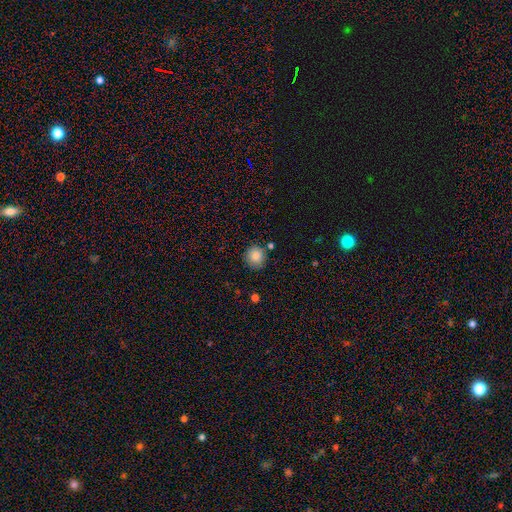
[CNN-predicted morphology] This is clearly a smooth galaxy (85%). How rounded: clearly round (91%). Merging: clearly none (82%).